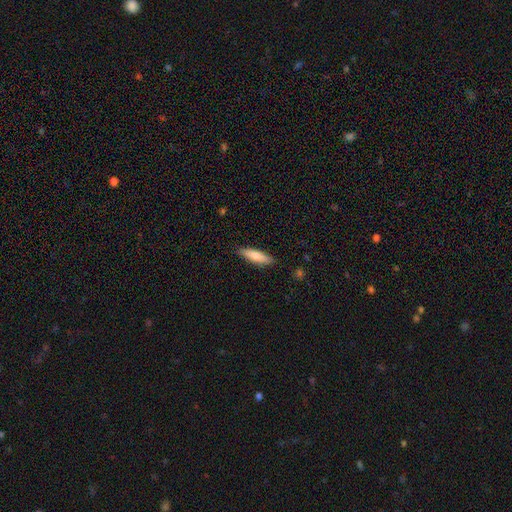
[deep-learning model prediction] Smooth or featured?
  - smooth: 77% *
  - featured or disk: 18%
  - star or artifact: 6%
How rounded?
  - cigar-shaped: 70% *
  - in between: 29%
  - round: 2%
Merging?
  - none: 88% *
  - minor disturbance: 9%
  - major disturbance: 2%
  - merger: 1%